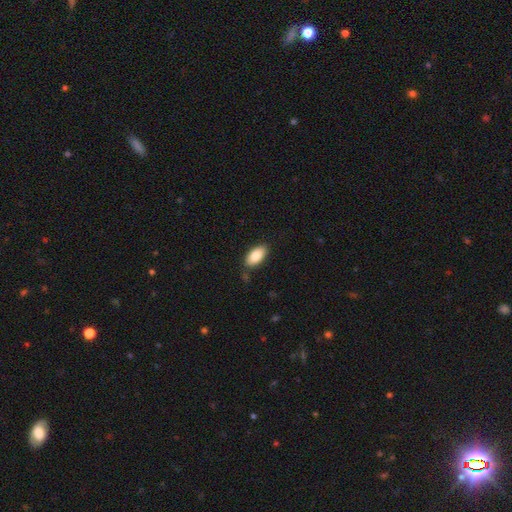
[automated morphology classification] Smooth or featured? smooth (85%)
How rounded? in between (93%)
Merging? none (85%)